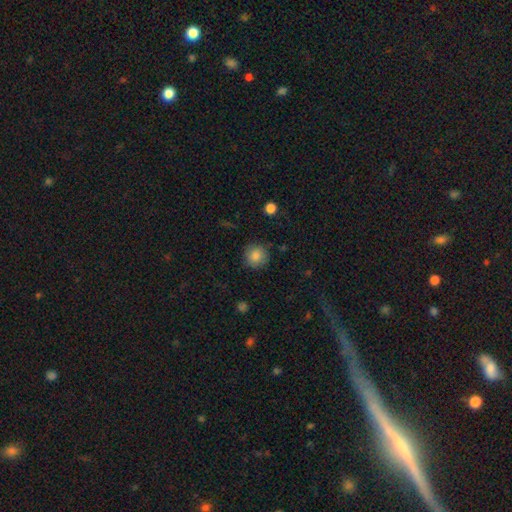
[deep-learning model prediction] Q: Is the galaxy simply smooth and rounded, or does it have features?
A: smooth — 85%.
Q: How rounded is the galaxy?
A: round — 93%.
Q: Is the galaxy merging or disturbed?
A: none — 86%.